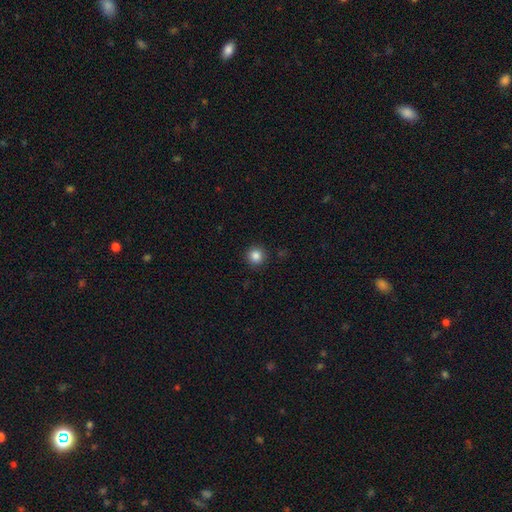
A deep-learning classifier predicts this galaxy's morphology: type=smooth (85%); roundness=round (95%); merging=none (91%).